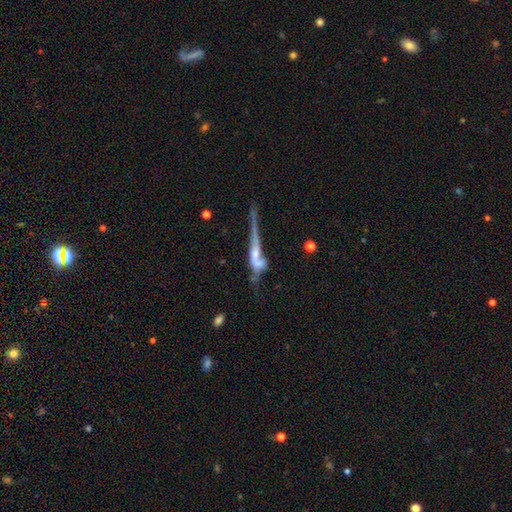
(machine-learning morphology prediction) This is likely a featured or disk galaxy (60%). It is possibly not viewed edge-on (55%). Merging: marginally major disturbance (36%).